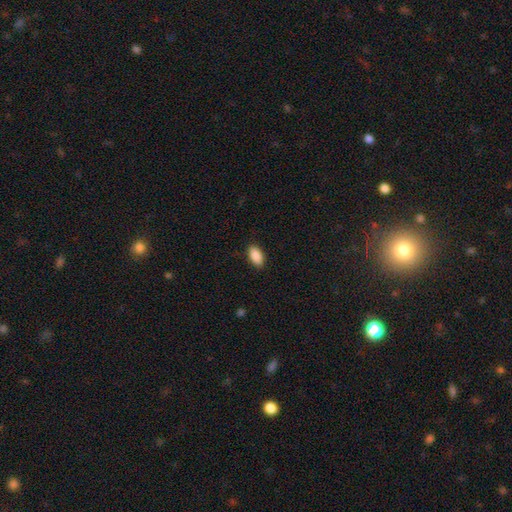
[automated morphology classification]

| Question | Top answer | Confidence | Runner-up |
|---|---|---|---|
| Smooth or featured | smooth | 90% | star or artifact (7%) |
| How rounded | in between | 94% | cigar-shaped (3%) |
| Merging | none | 89% | minor disturbance (8%) |